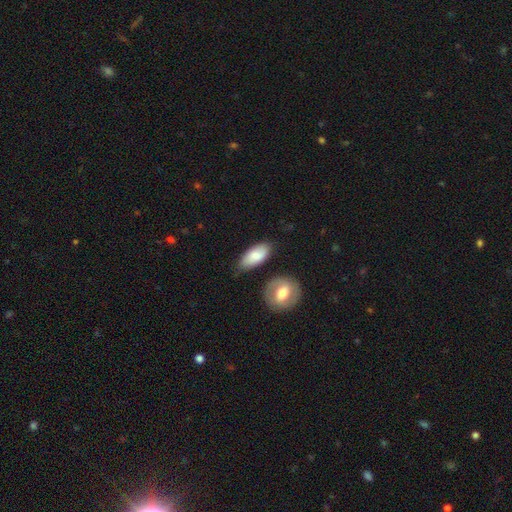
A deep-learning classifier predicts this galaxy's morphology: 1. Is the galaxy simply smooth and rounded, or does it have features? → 77% smooth, 17% featured or disk, 6% star or artifact.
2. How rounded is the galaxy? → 88% in between, 8% cigar-shaped, 4% round.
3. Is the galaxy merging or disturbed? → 69% none, 21% minor disturbance, 6% merger, 4% major disturbance.